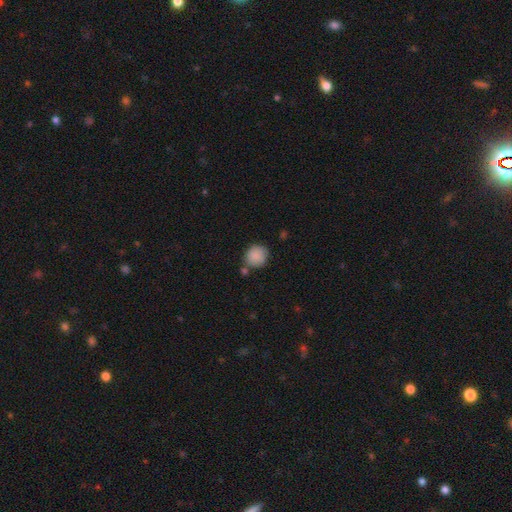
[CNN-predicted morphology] smooth-or-featured: smooth: 87% | star or artifact: 8% | featured or disk: 5%
  how-rounded: round: 84% | in between: 15% | cigar-shaped: 1%
  merging: none: 69% | minor disturbance: 17% | merger: 10% | major disturbance: 4%